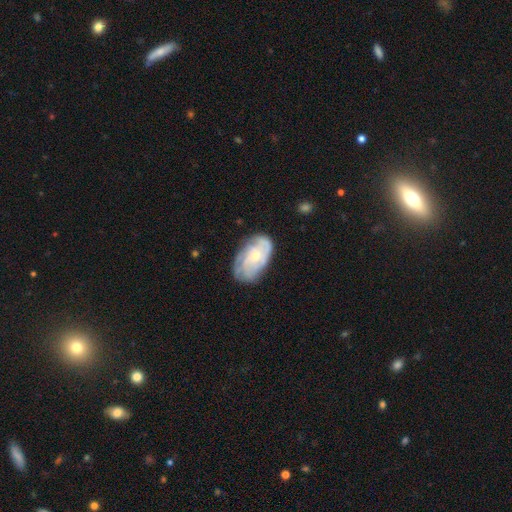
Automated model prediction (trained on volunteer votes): Q: Smooth or featured?
A: featured or disk (69%); runner-up: smooth (25%)
Q: Edge-on disk?
A: no (96%); runner-up: yes (4%)
Q: Bar?
A: no (74%); runner-up: weak (22%)
Q: Spiral arms?
A: yes (84%); runner-up: no (16%)
Q: Spiral winding?
A: tight (57%); runner-up: medium (32%)
Q: Spiral arm count?
A: can't tell (47%); runner-up: 2 (17%)
Q: Bulge size?
A: small (61%); runner-up: moderate (33%)
Q: Merging?
A: none (67%); runner-up: minor disturbance (23%)